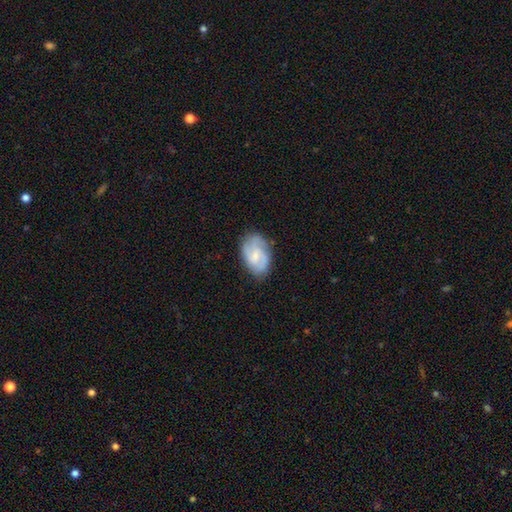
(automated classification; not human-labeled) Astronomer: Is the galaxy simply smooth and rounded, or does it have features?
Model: featured or disk — 62%.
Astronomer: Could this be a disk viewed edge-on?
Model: no — 97%.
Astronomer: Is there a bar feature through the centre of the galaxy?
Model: weak — 50% (runner-up: no, 41%).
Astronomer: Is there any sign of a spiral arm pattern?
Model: yes — 90%.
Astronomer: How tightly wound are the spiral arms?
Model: medium — 48% (runner-up: tight, 33%).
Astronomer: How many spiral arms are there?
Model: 2 — 47% (runner-up: 3, 22%).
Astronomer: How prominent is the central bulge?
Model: small — 49% (runner-up: moderate, 32%).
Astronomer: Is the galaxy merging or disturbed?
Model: none — 74%.